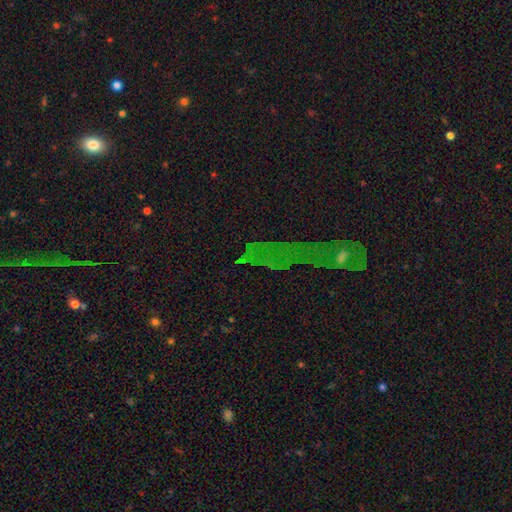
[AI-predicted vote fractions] Q: Smooth or featured?
A: star or artifact (72%); runner-up: smooth (16%)